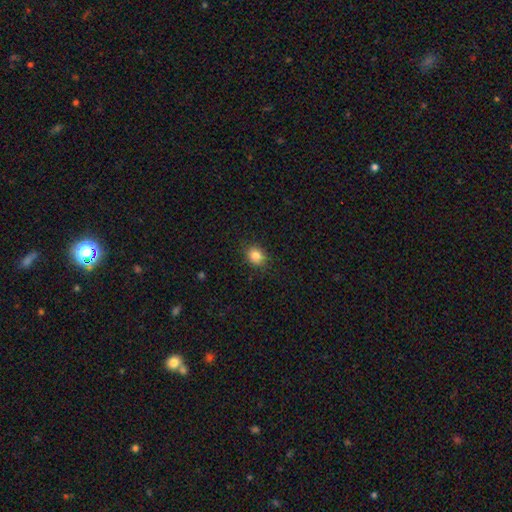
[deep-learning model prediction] A smooth galaxy with no disk features (84%) that is round (62%).

Vote fractions:
- Smooth or featured? smooth: 84% / star or artifact: 11% / featured or disk: 5%
- How rounded? round: 62% / in between: 37% / cigar-shaped: 1%
- Merging? none: 88% / minor disturbance: 9% / major disturbance: 2% / merger: 1%